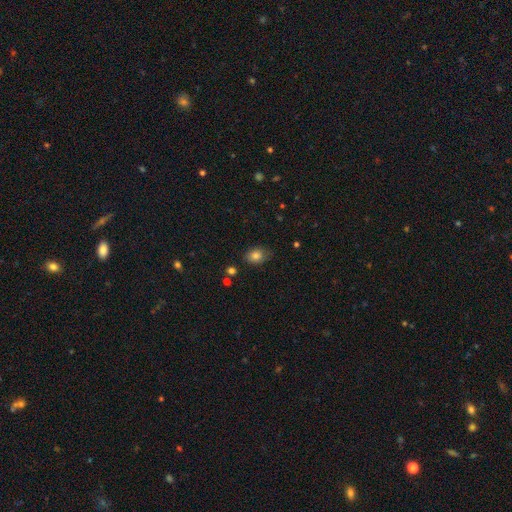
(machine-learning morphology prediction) Overall: smooth (81%). How rounded: in between (59%; round 40%). Merging: none (76%).